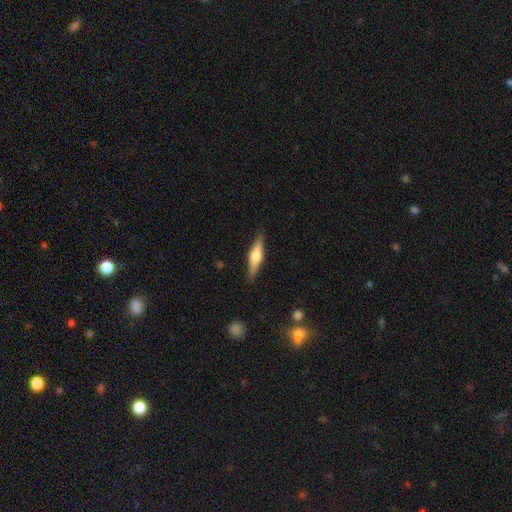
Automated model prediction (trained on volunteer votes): This appears to be a featured or disk galaxy (53%) viewed edge-on (95%). Merging: none (87%).